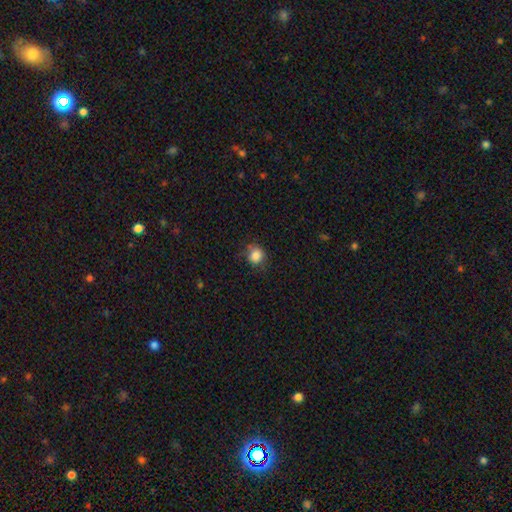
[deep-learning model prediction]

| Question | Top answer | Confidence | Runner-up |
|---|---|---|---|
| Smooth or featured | smooth | 84% | star or artifact (10%) |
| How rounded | round | 83% | in between (16%) |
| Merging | none | 69% | minor disturbance (23%) |